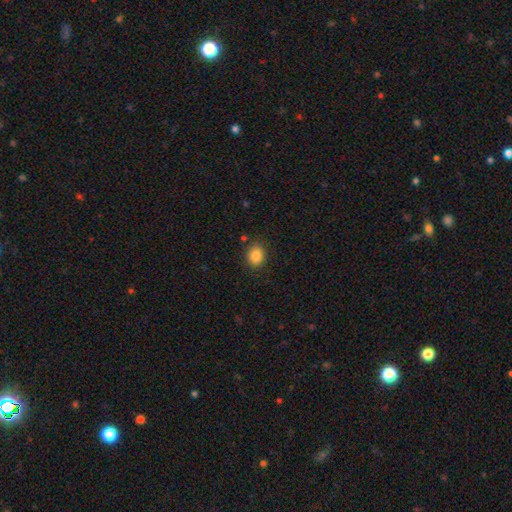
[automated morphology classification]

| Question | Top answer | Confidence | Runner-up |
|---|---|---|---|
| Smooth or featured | smooth | 86% | star or artifact (10%) |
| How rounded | round | 60% | in between (39%) |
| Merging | none | 85% | minor disturbance (10%) |